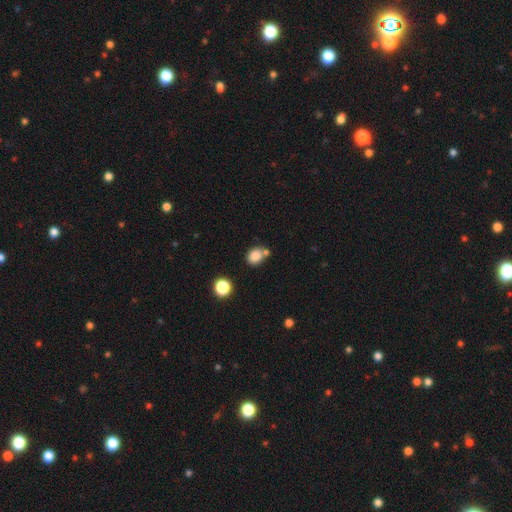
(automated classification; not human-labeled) A smooth galaxy with no disk features (83%) that is round (58%). Merging: none (59%).